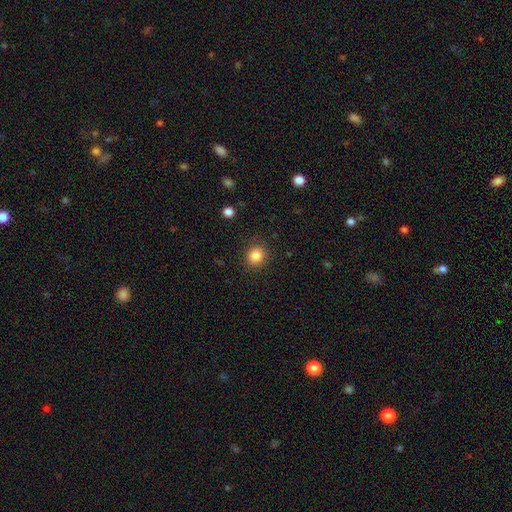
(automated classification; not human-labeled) The model was most divided on "how rounded": round: 81%, in between: 18%, cigar-shaped: 1%. More confident: merging — none (88%); smooth or featured — smooth (85%).